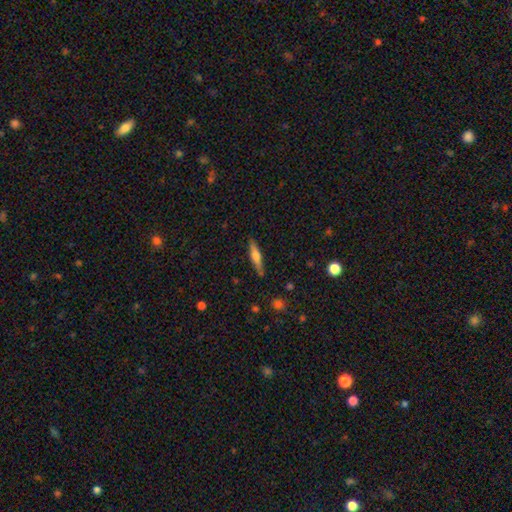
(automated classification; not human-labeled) featured or disk 50%, smooth 44%, star or artifact 6%. Down the decision tree: merging — none (88%).